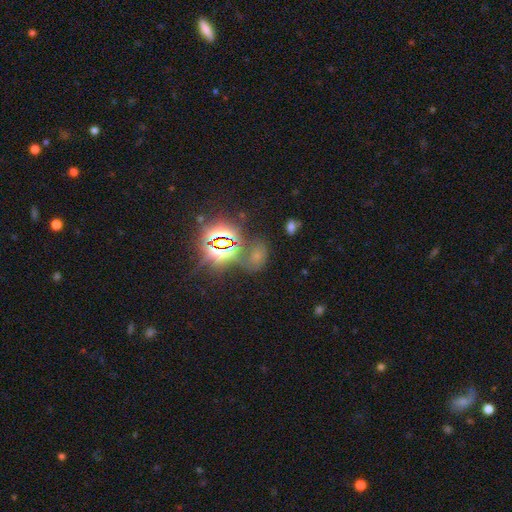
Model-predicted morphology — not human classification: Smooth or featured? star or artifact (58%)